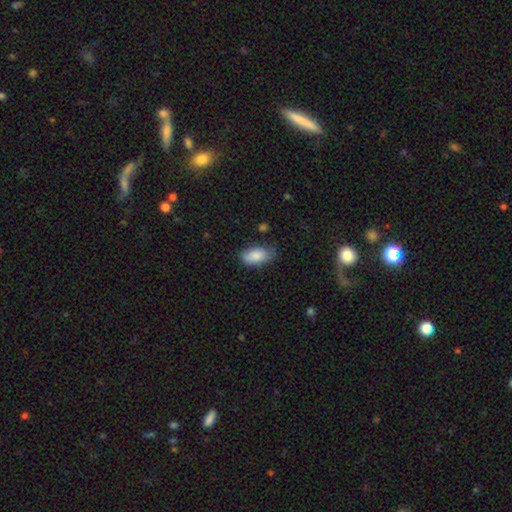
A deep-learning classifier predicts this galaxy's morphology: Overall: smooth (86%). How rounded: in between (93%). Merging: none (65%; minor disturbance 28%).